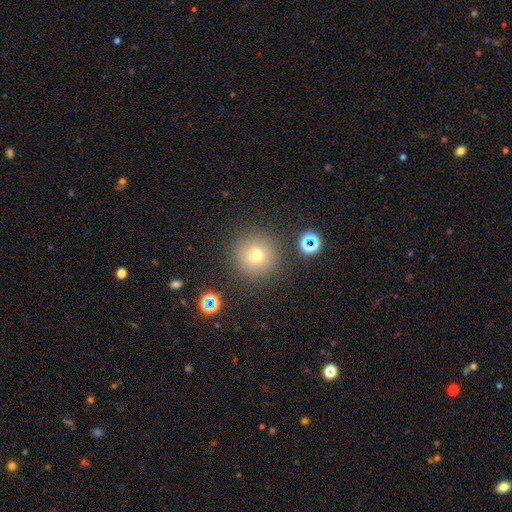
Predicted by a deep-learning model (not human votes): smooth-or-featured: smooth: 72% | star or artifact: 17% | featured or disk: 11%
  how-rounded: round: 96% | in between: 3% | cigar-shaped: 1%
  merging: none: 87% | minor disturbance: 7% | merger: 3% | major disturbance: 3%